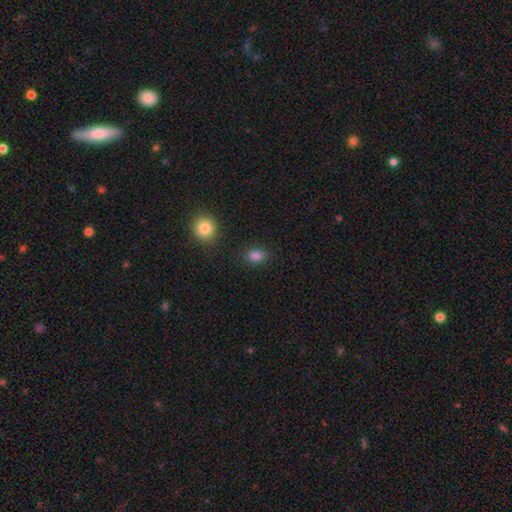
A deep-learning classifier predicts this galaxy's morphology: A smooth galaxy with no disk features (84%) that is in between round and cigar-shaped (64%).

Vote fractions:
- Smooth or featured? smooth: 84% / star or artifact: 12% / featured or disk: 4%
- How rounded? in between: 64% / round: 34% / cigar-shaped: 1%
- Merging? none: 85% / minor disturbance: 10% / major disturbance: 3% / merger: 3%